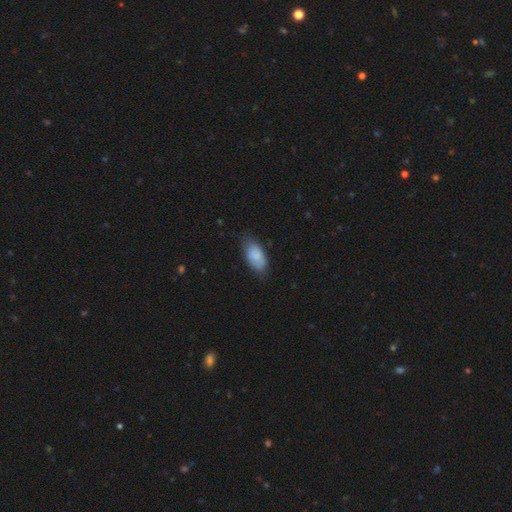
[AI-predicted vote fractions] smooth_or_featured: smooth (p=0.81) [alt: featured or disk p=0.12]
how_rounded: in between (p=0.92) [alt: cigar-shaped p=0.04]
merging: none (p=0.69) [alt: minor disturbance p=0.24]